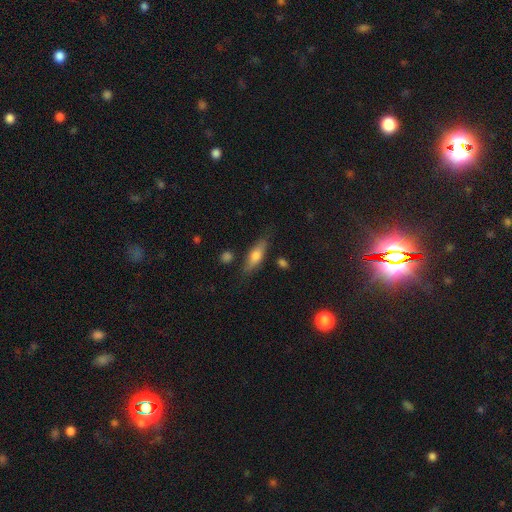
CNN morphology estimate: Smooth or featured: smooth — 62% (featured or disk — 31%)
How rounded: in between — 52% (cigar-shaped — 45%)
Merging: none — 78% (minor disturbance — 15%)